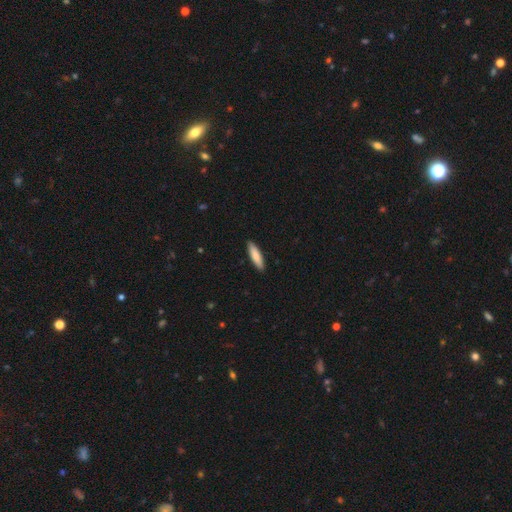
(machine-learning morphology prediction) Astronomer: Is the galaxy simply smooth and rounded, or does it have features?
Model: smooth — 80%.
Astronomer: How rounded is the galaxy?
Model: cigar-shaped — 70%.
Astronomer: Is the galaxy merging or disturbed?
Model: none — 91%.